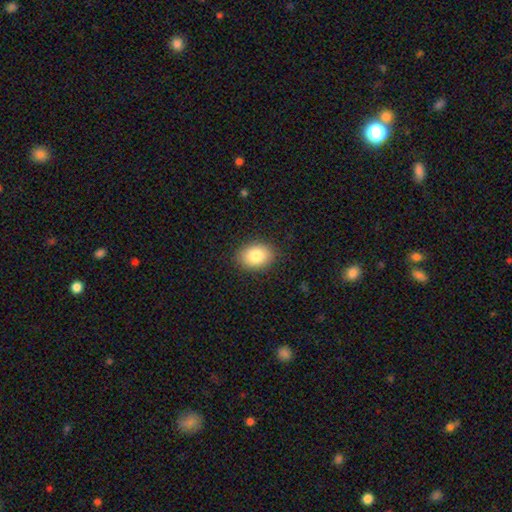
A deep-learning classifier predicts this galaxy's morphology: A smooth galaxy with no disk features (82%) that is in between round and cigar-shaped (64%).

Vote fractions:
- Smooth or featured? smooth: 82% / featured or disk: 9% / star or artifact: 8%
- How rounded? in between: 64% / round: 35% / cigar-shaped: 1%
- Merging? none: 88% / minor disturbance: 9% / major disturbance: 2% / merger: 1%